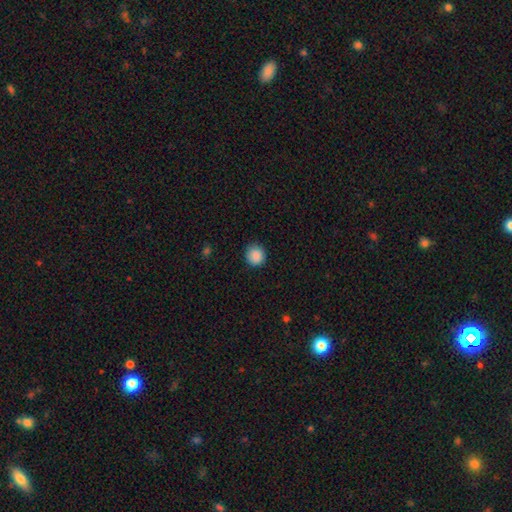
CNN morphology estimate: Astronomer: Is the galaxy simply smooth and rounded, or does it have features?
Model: smooth — 88%.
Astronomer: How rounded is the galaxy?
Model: round — 92%.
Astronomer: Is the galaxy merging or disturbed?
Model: none — 90%.